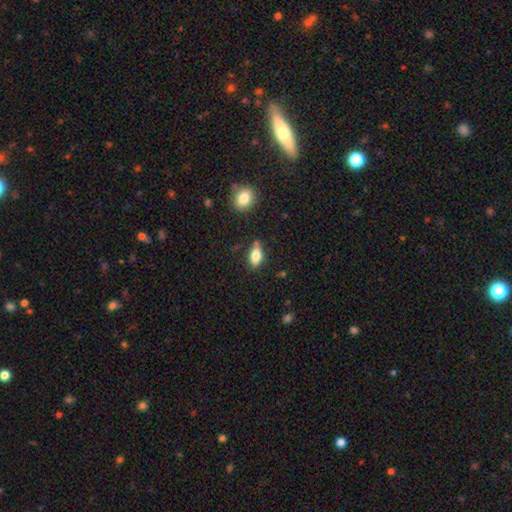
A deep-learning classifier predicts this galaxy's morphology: The model was most divided on "merging": none: 74%, minor disturbance: 17%, merger: 5%, major disturbance: 4%. More confident: how rounded — in between (86%); smooth or featured — smooth (78%).